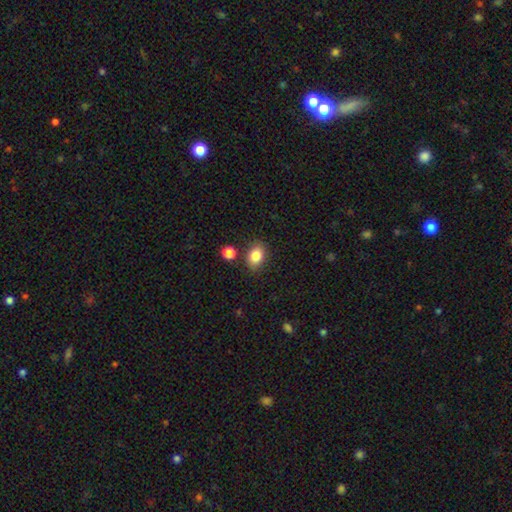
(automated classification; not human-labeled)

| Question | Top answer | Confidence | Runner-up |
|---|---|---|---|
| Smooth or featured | smooth | 84% | star or artifact (9%) |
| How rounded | in between | 72% | round (27%) |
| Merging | none | 82% | minor disturbance (11%) |